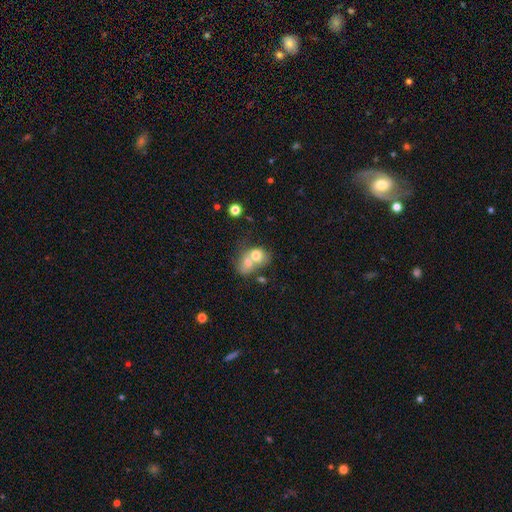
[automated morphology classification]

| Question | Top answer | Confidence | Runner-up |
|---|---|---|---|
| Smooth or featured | smooth | 67% | featured or disk (24%) |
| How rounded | round | 54% | in between (45%) |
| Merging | merger | 73% | none (16%) |